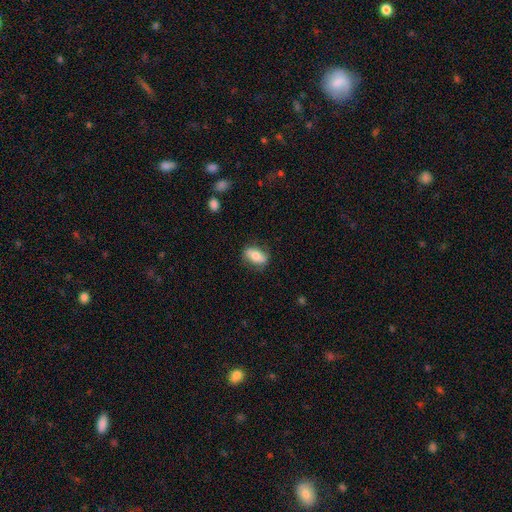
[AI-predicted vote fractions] Smooth or featured: smooth — 71% (featured or disk — 23%)
How rounded: in between — 84% (cigar-shaped — 10%)
Merging: none — 78% (minor disturbance — 16%)